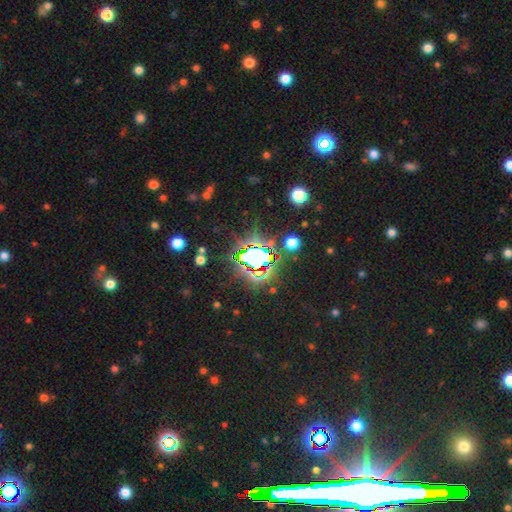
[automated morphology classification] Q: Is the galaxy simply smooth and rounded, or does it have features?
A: star or artifact — 73%.